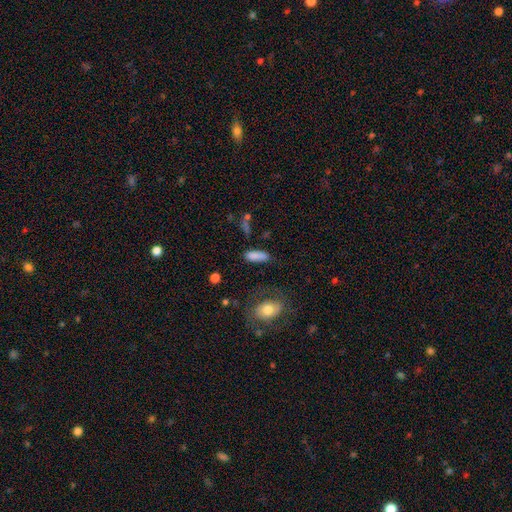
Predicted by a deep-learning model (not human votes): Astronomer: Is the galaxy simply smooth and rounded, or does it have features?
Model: smooth — 82%.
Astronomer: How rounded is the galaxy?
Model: in between — 66%.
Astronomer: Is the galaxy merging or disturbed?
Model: none — 72%.